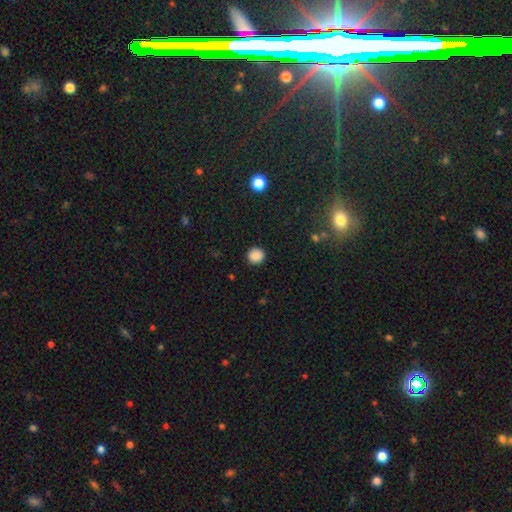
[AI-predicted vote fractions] The model was most divided on "smooth or featured": smooth: 87%, star or artifact: 10%, featured or disk: 3%. More confident: how rounded — round (93%); merging — none (92%).